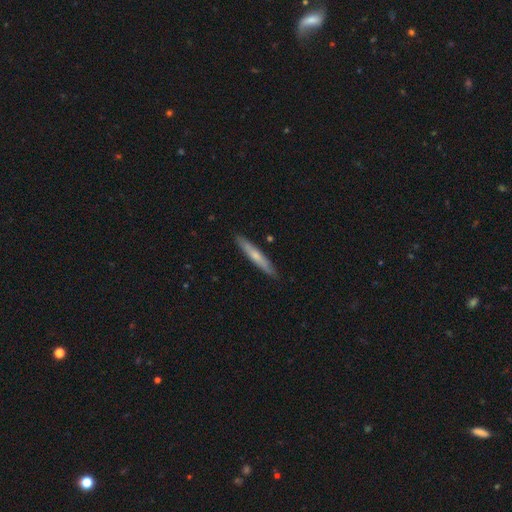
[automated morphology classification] This appears to be a smooth galaxy with no disk features (55%) that is cigar-shaped (94%). Merging: none (89%).